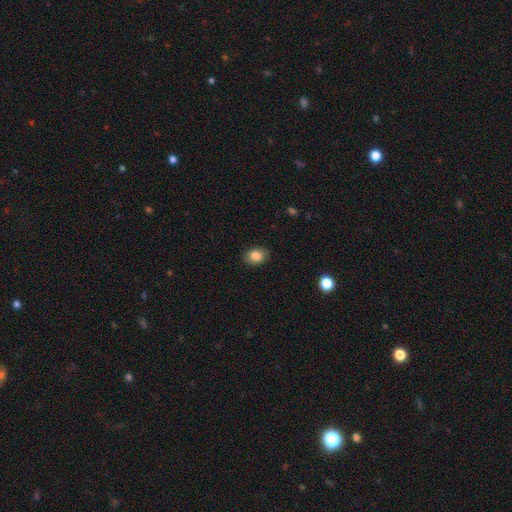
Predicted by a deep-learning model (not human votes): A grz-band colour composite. It shows a smooth galaxy with no disk features (85%) that is in between round and cigar-shaped (69%). Merging: none (88%).